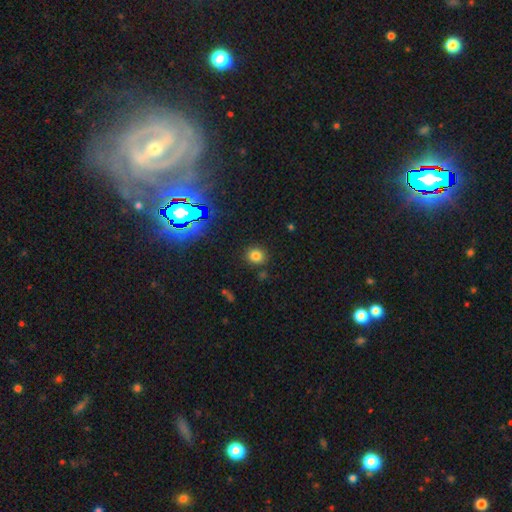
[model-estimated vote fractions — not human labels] Smooth or featured?
  - smooth: 76% *
  - star or artifact: 17%
  - featured or disk: 7%
How rounded?
  - round: 77% *
  - in between: 22%
  - cigar-shaped: 1%
Merging?
  - none: 86% *
  - minor disturbance: 8%
  - merger: 4%
  - major disturbance: 3%